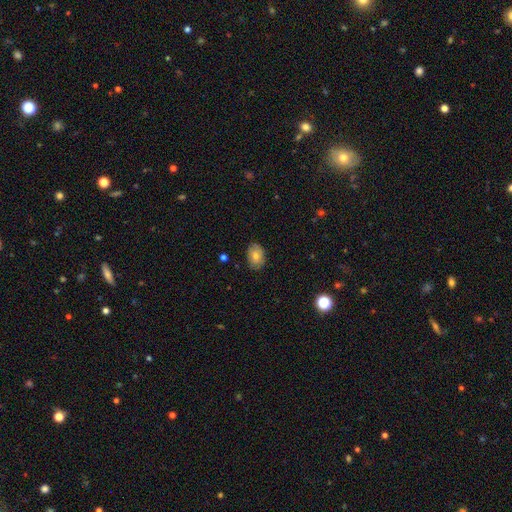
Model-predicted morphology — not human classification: type=smooth (76%); roundness=in between (82%); merging=none (85%).